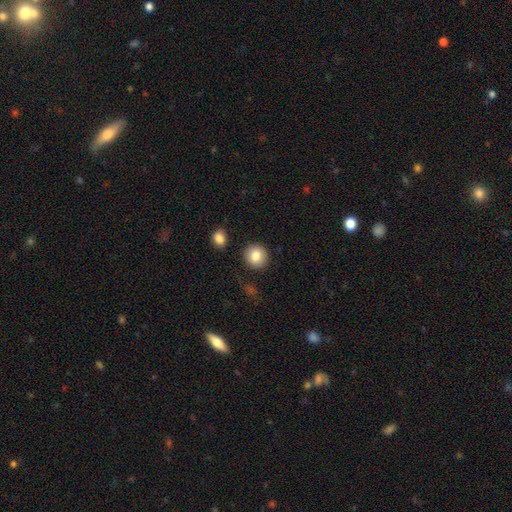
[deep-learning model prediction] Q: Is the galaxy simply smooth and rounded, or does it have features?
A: smooth — 83%.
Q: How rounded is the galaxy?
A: round — 89%.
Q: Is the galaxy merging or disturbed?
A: none — 88%.